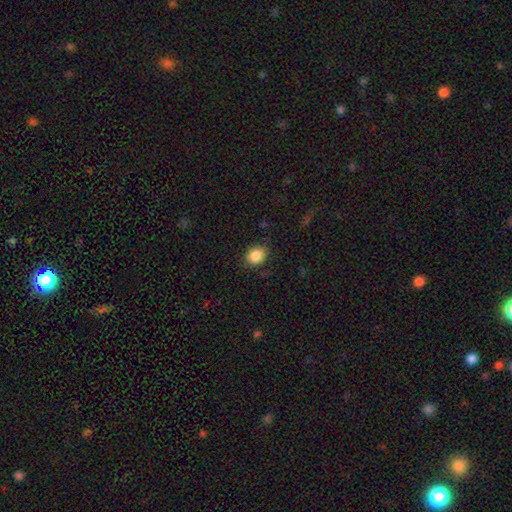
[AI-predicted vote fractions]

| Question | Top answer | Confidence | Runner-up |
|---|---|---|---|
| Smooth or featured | smooth | 87% | star or artifact (9%) |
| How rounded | round | 55% | in between (45%) |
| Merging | none | 84% | minor disturbance (12%) |